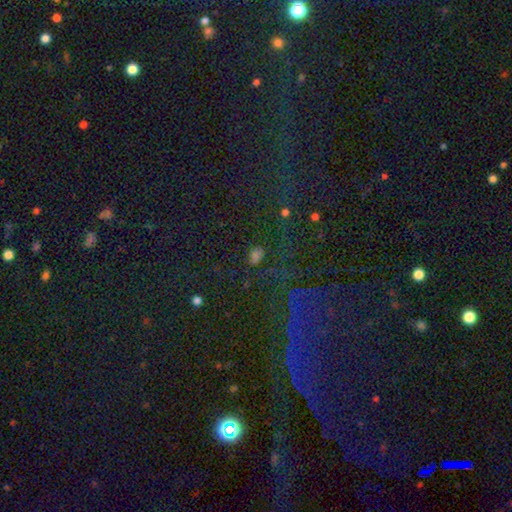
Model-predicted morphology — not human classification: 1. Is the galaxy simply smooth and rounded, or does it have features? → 47% smooth, 44% star or artifact, 9% featured or disk.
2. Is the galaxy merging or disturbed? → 73% none, 14% minor disturbance, 9% major disturbance, 4% merger.